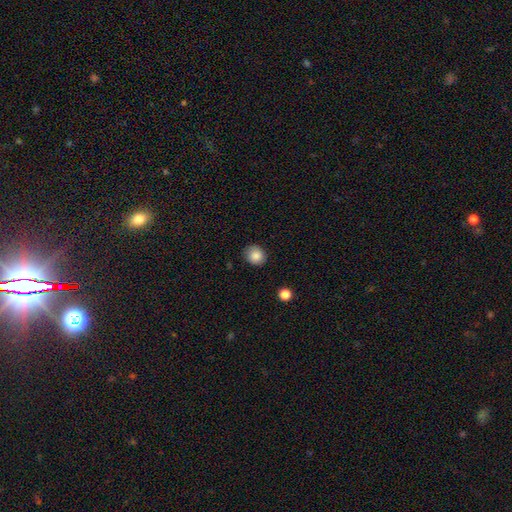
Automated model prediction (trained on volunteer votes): Q: Smooth or featured?
A: smooth (86%); runner-up: star or artifact (9%)
Q: How rounded?
A: round (74%); runner-up: in between (26%)
Q: Merging?
A: none (84%); runner-up: minor disturbance (12%)